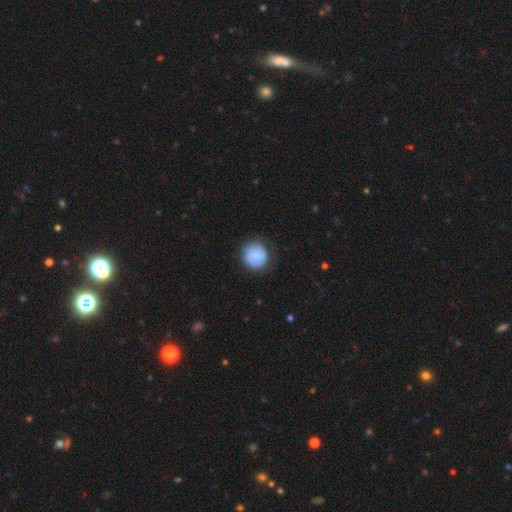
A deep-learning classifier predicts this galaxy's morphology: smooth_or_featured: smooth (p=0.82) [alt: featured or disk p=0.11]
how_rounded: round (p=0.90) [alt: in between p=0.09]
merging: none (p=0.73) [alt: minor disturbance p=0.19]